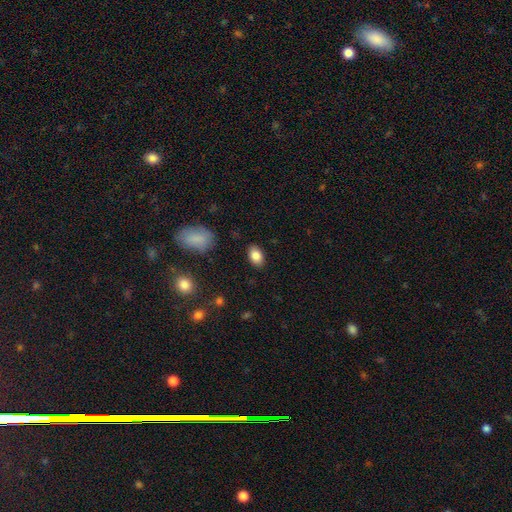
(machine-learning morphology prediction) Smooth or featured?
  - smooth: 85% *
  - star or artifact: 8%
  - featured or disk: 7%
How rounded?
  - in between: 88% *
  - round: 11%
  - cigar-shaped: 1%
Merging?
  - none: 87% *
  - minor disturbance: 10%
  - major disturbance: 2%
  - merger: 1%